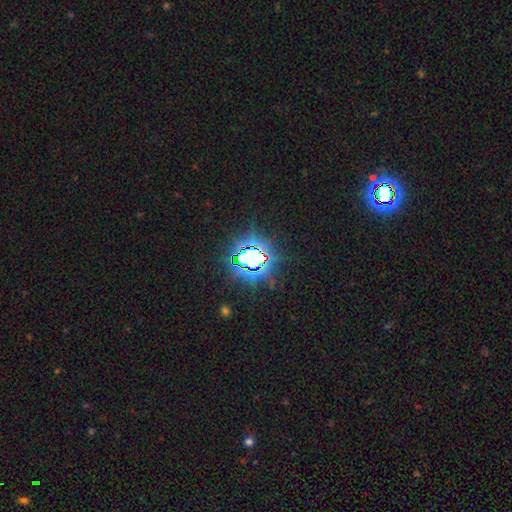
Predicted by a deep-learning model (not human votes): star or artifact 82%, smooth 12%, featured or disk 6%.